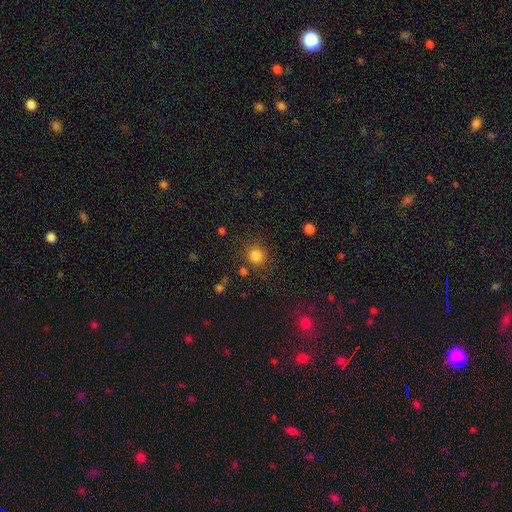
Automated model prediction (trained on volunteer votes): Morphology: type=smooth (82%); roundness=round (89%); merging=none (80%).